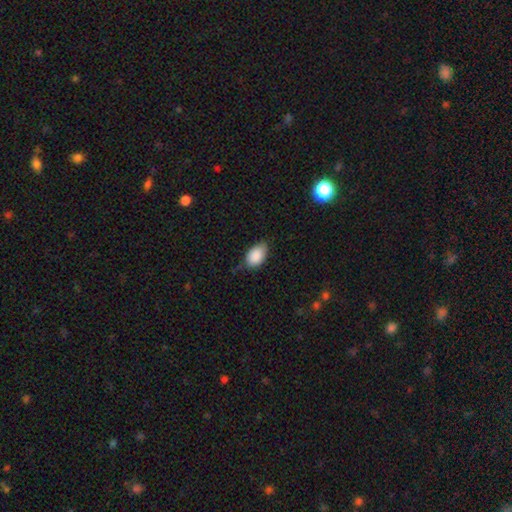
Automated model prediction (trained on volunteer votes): Overall: smooth (88%). How rounded: in between (91%). Merging: none (68%).